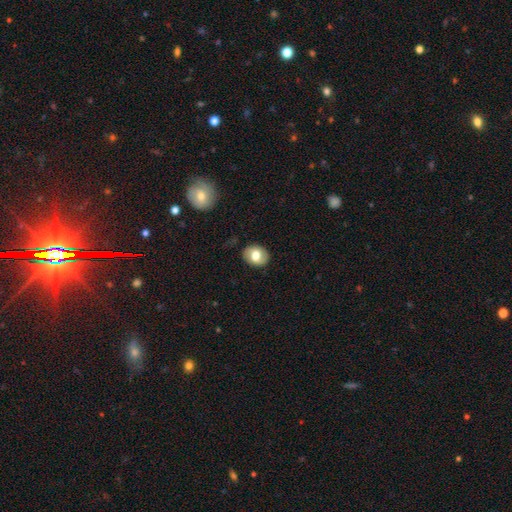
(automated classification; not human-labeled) Smooth or featured? smooth (65%)
How rounded? in between (57%)
Merging? none (85%)